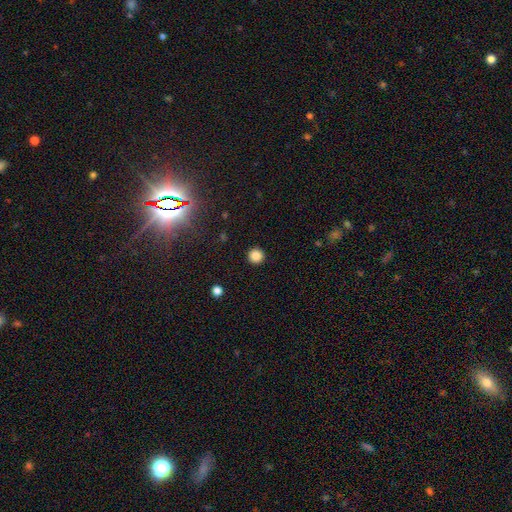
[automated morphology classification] Smooth or featured?
  - smooth: 84% *
  - star or artifact: 12%
  - featured or disk: 4%
How rounded?
  - round: 96% *
  - in between: 3%
  - cigar-shaped: 1%
Merging?
  - none: 93% *
  - minor disturbance: 4%
  - major disturbance: 2%
  - merger: 1%